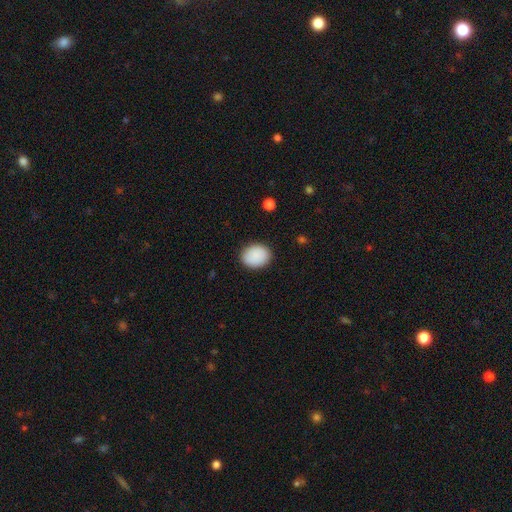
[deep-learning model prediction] This is clearly a smooth galaxy (90%). How rounded: possibly in between (52%). Merging: clearly none (88%).